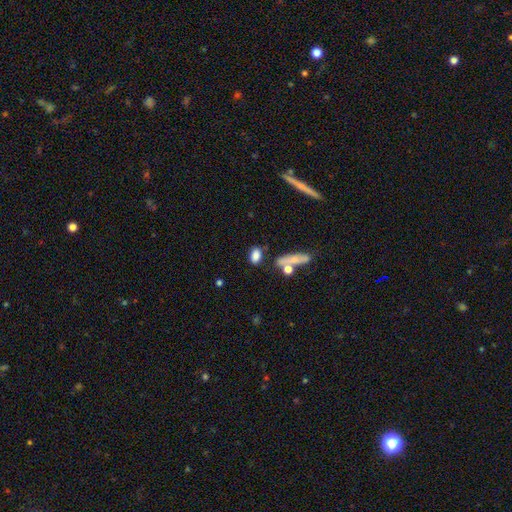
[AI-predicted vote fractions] Smooth or featured: smooth — 82% (star or artifact — 9%)
How rounded: in between — 79% (round — 11%)
Merging: none — 65% (minor disturbance — 17%)